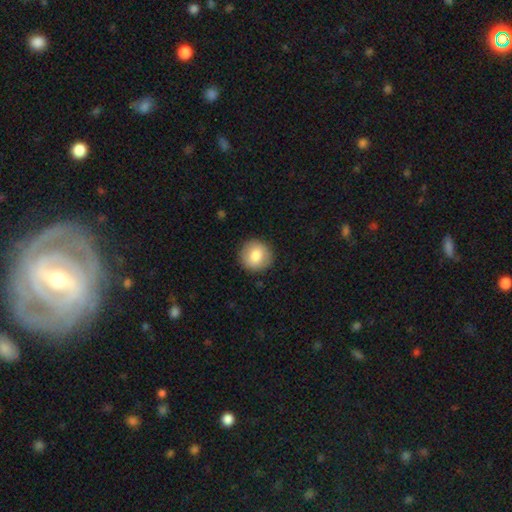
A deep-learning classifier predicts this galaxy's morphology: This is clearly a smooth galaxy (81%). How rounded: clearly round (93%). Merging: clearly none (91%).